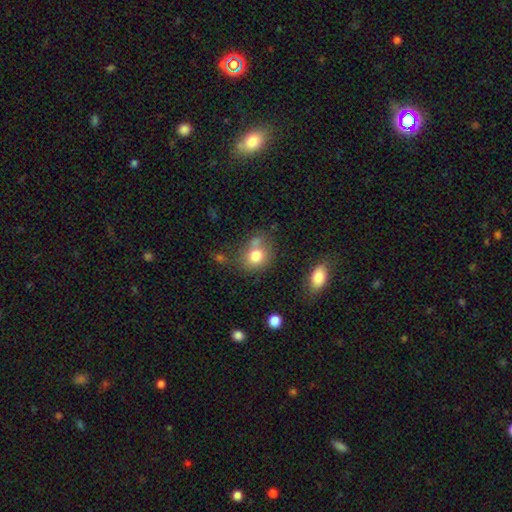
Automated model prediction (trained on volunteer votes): This appears to be a smooth galaxy with no disk features (77%) that is round (64%). Merging: none (49%).